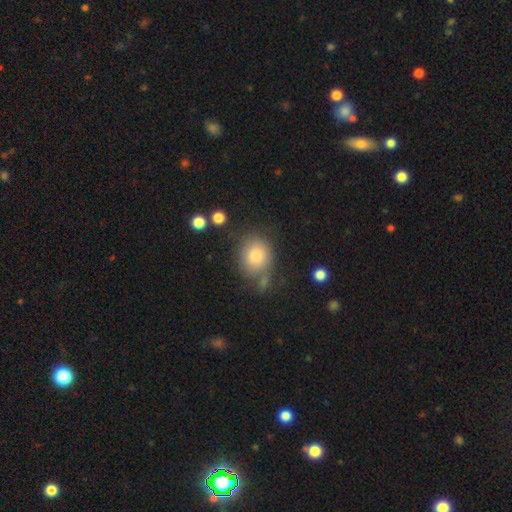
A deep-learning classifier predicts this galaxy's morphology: Smooth or featured: smooth — 79% (featured or disk — 10%)
How rounded: round — 69% (in between — 30%)
Merging: none — 63% (minor disturbance — 18%)